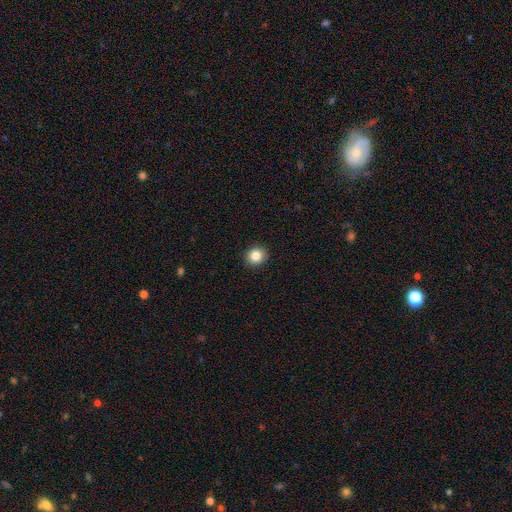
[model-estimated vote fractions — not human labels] smooth-or-featured: smooth: 85% | star or artifact: 10% | featured or disk: 5%
  how-rounded: round: 81% | in between: 18% | cigar-shaped: 1%
  merging: none: 91% | minor disturbance: 6% | major disturbance: 2% | merger: 1%